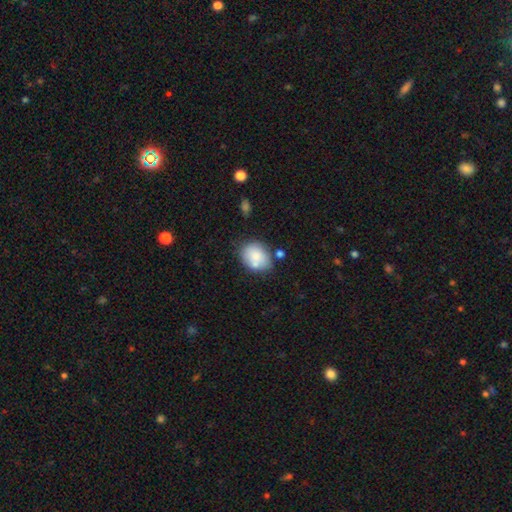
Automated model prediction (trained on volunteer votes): A smooth galaxy with no disk features (78%) that is in between round and cigar-shaped (61%). Merging: none (57%).